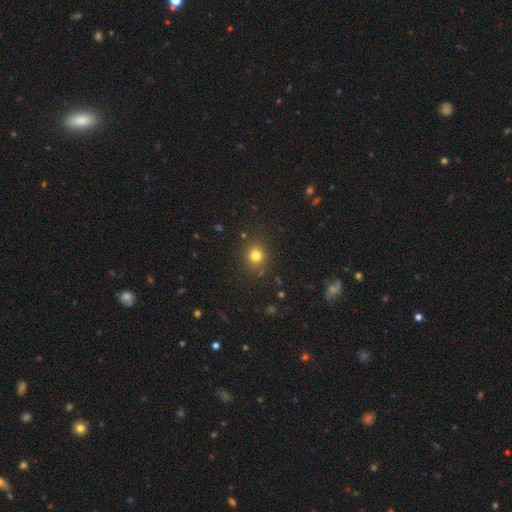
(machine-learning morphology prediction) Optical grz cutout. It shows a smooth galaxy with no disk features (78%) that is round (84%). Merging: none (86%).